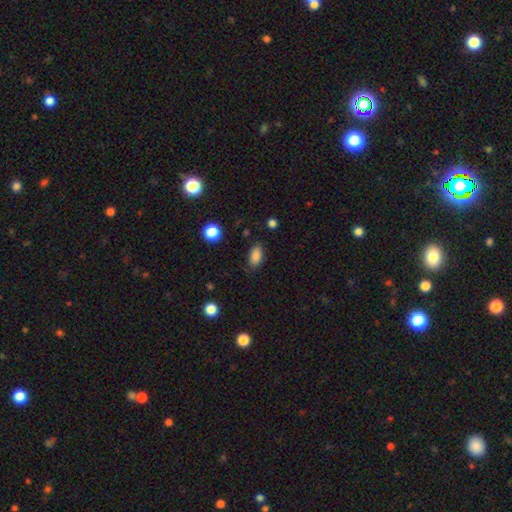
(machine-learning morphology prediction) smooth 85%, star or artifact 9%, featured or disk 6%. Down the decision tree: how rounded — in between (90%); merging — none (82%).